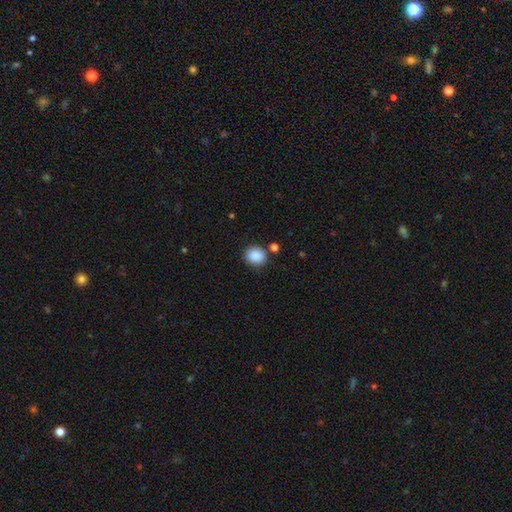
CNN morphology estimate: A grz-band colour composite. It shows a smooth galaxy with no disk features (88%) that is round (71%). Merging: none (83%).